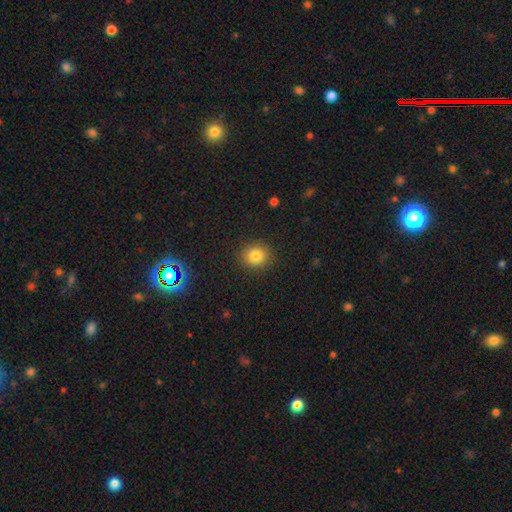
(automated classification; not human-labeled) smooth 83%, star or artifact 11%, featured or disk 6%. Down the decision tree: how rounded — round (80%); merging — none (89%).